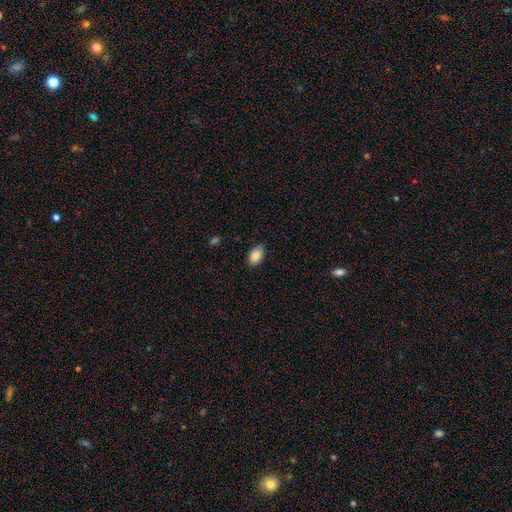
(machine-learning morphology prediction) smooth-or-featured: smooth: 87% | star or artifact: 7% | featured or disk: 6%
  how-rounded: in between: 91% | round: 7% | cigar-shaped: 2%
  merging: none: 80% | minor disturbance: 16% | major disturbance: 3% | merger: 1%